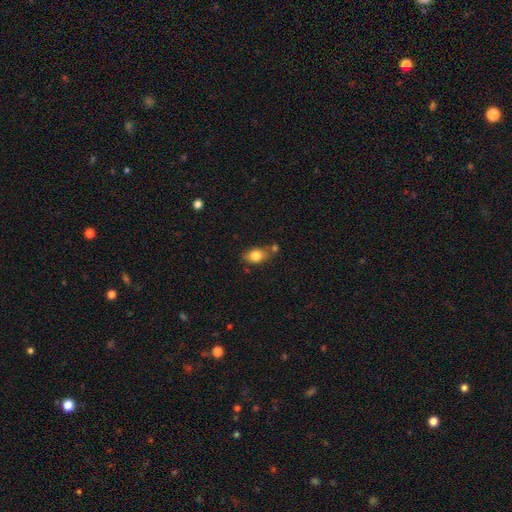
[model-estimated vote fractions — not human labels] Overall: smooth (81%). How rounded: in between (79%). Merging: none (60%).